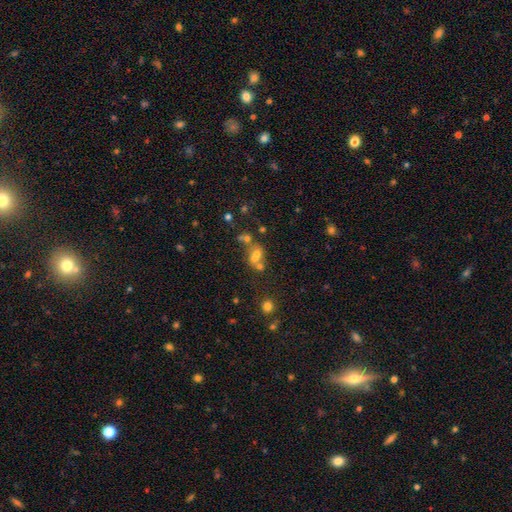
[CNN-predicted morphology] Q: Smooth or featured?
A: smooth (55%); runner-up: featured or disk (23%)
Q: How rounded?
A: in between (56%); runner-up: round (41%)
Q: Merging?
A: merger (53%); runner-up: none (31%)